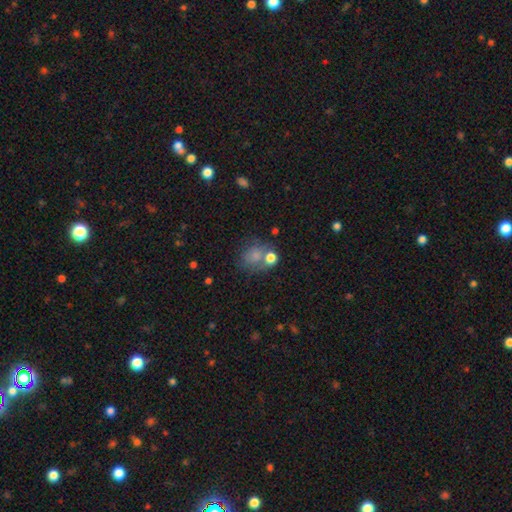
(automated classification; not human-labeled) Overall: smooth (73%). How rounded: round (65%; in between 34%). Merging: none (44%; merger 28%).